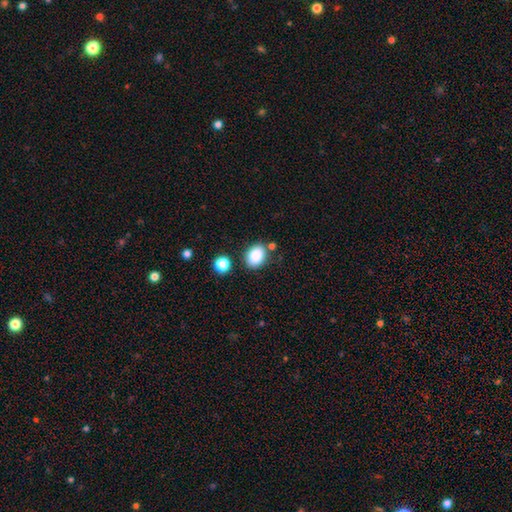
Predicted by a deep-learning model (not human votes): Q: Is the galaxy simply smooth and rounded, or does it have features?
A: smooth — 87%.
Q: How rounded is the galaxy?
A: in between — 71%.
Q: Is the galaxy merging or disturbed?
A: none — 77%.